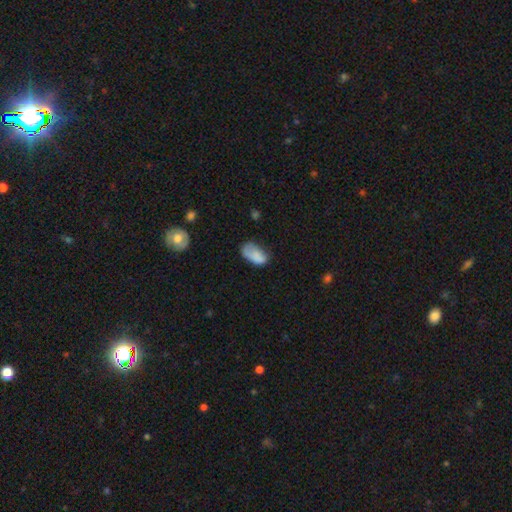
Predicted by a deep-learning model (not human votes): Smooth or featured? smooth (79%)
How rounded? in between (93%)
Merging? none (39%)